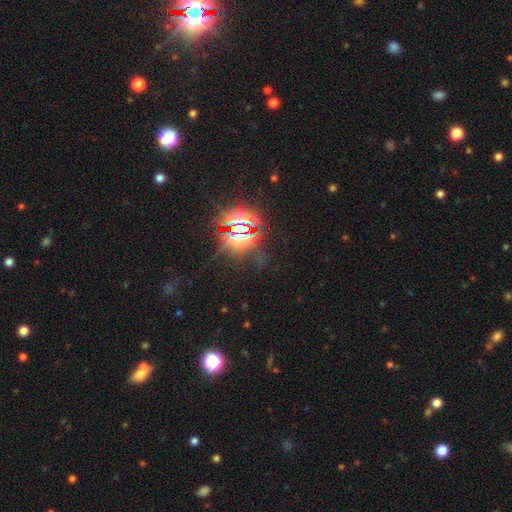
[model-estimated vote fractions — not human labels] smooth-or-featured: star or artifact: 83% | smooth: 10% | featured or disk: 7%